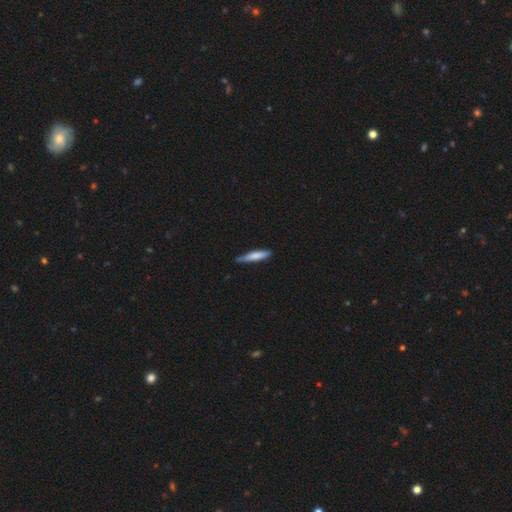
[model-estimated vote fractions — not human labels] The model was most divided on "smooth or featured": smooth: 74%, featured or disk: 21%, star or artifact: 5%. More confident: how rounded — cigar-shaped (88%); merging — none (77%).